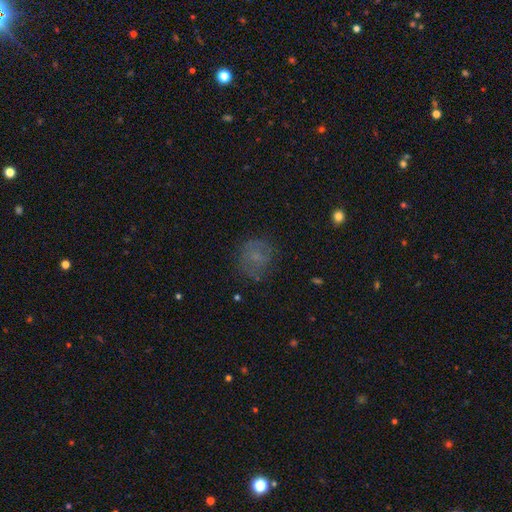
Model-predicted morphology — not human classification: This appears to be a smooth galaxy with no disk features (56%) that is round (78%). Merging: none (66%).